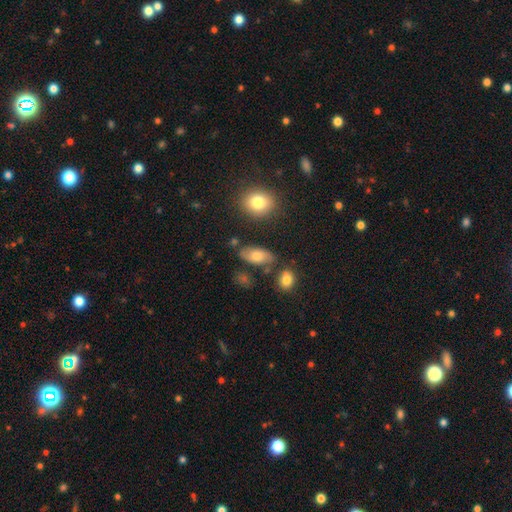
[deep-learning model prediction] Smooth or featured? smooth (69%)
How rounded? in between (89%)
Merging? none (75%)